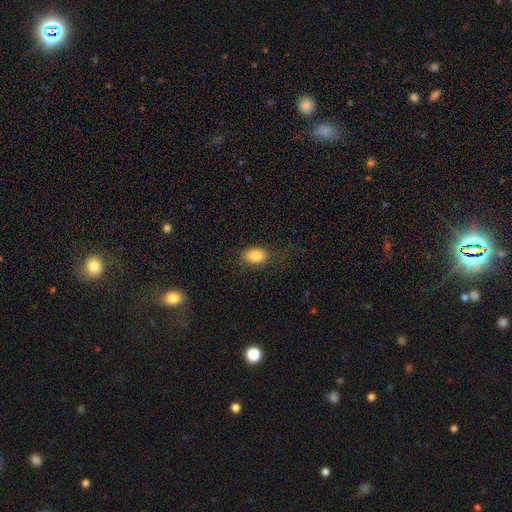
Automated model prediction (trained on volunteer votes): A smooth galaxy with no disk features (84%) that is in between round and cigar-shaped (85%).

Vote fractions:
- Smooth or featured? smooth: 84% / star or artifact: 9% / featured or disk: 8%
- How rounded? in between: 85% / round: 13% / cigar-shaped: 2%
- Merging? none: 78% / minor disturbance: 14% / major disturbance: 6% / merger: 1%